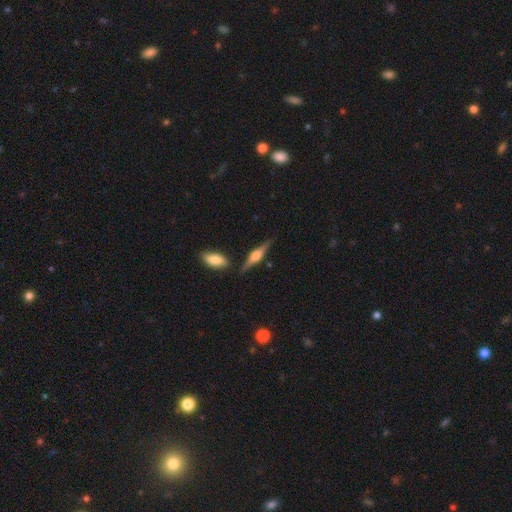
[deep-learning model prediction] Smooth or featured? Predicted: featured or disk (p=0.71). Edge-on disk? Predicted: yes (p=0.97). Edge-on bulge? Predicted: rounded (p=0.85). Merging? Predicted: none (p=0.82).